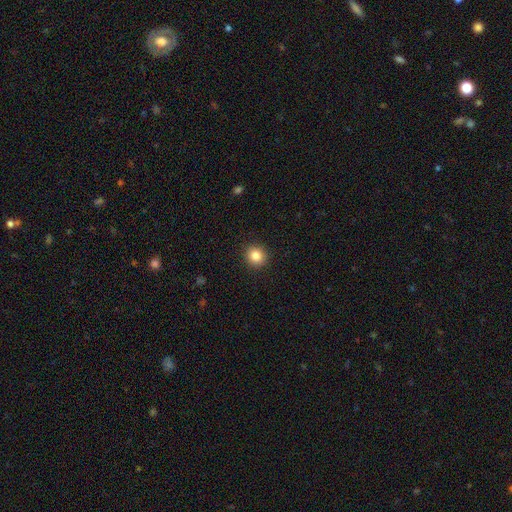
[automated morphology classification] type=smooth (85%); roundness=round (88%); merging=none (92%).